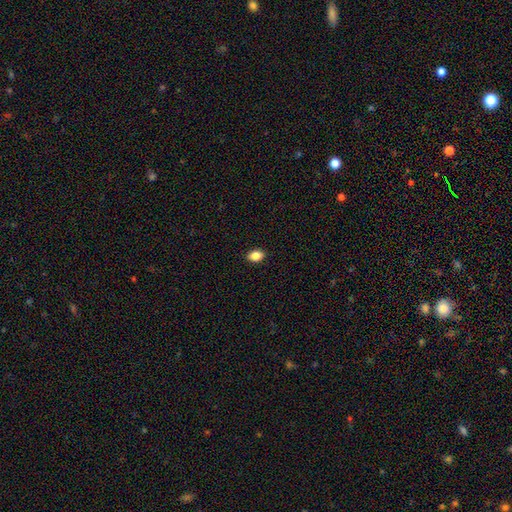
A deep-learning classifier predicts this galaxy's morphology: A smooth galaxy with no disk features (86%) that is in between round and cigar-shaped (81%). Merging: none (90%).